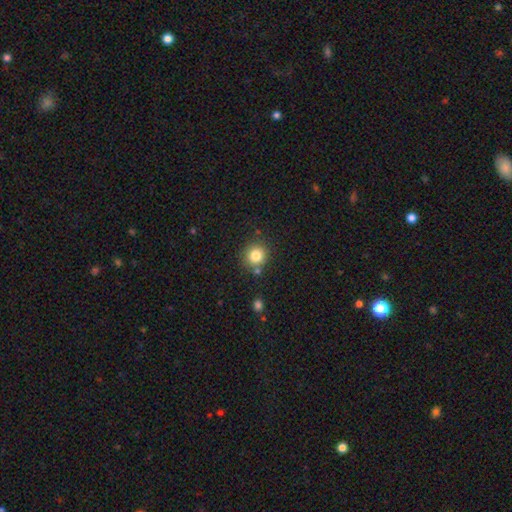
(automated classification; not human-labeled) Overall: smooth (81%). How rounded: round (90%). Merging: none (79%).